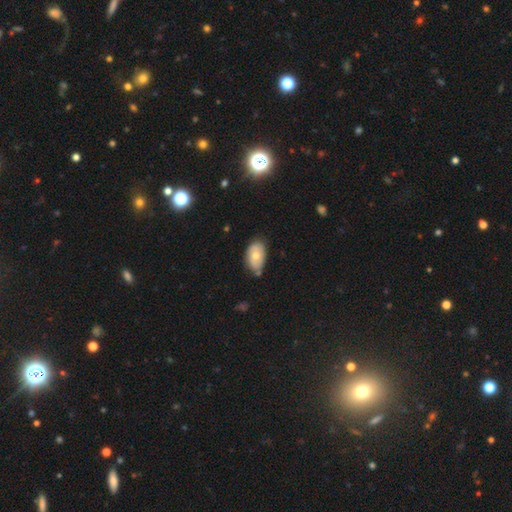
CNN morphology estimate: A smooth galaxy with no disk features (64%) that is in between round and cigar-shaped (91%).

Vote fractions:
- Smooth or featured? smooth: 64% / featured or disk: 29% / star or artifact: 7%
- How rounded? in between: 91% / round: 8% / cigar-shaped: 1%
- Merging? none: 62% / minor disturbance: 28% / merger: 5% / major disturbance: 5%